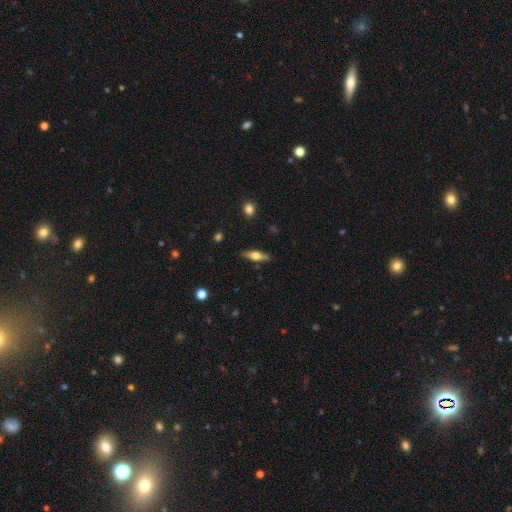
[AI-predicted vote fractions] smooth-or-featured: smooth: 49% | featured or disk: 44% | star or artifact: 6%
  merging: none: 86% | minor disturbance: 10% | major disturbance: 2% | merger: 2%